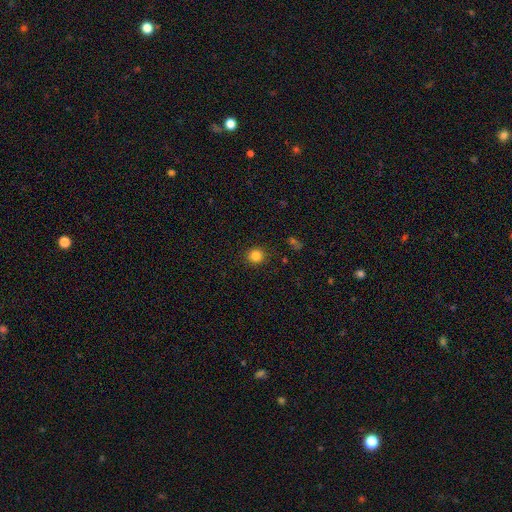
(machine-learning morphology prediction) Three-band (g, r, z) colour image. It shows a smooth galaxy with no disk features (83%) that is round (90%). Merging: none (90%).